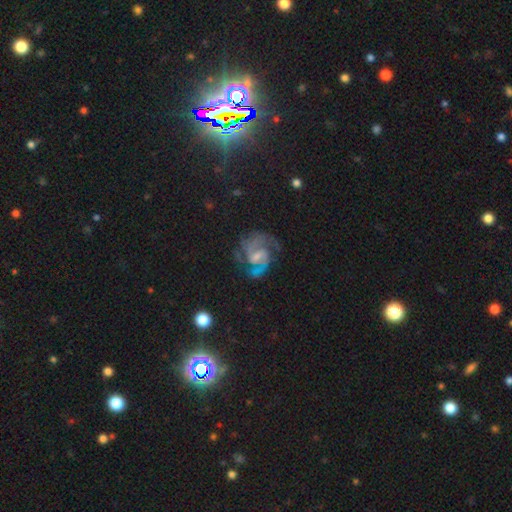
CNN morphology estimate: Smooth or featured? Predicted: featured or disk (p=0.85). Edge-on disk? Predicted: no (p=0.98). Bar? Predicted: weak (p=0.56). Spiral arms? Predicted: yes (p=0.96). Spiral winding? Predicted: medium (p=0.55). Spiral arm count? Predicted: 2 (p=0.69). Bulge size? Predicted: small (p=0.52). Merging? Predicted: none (p=0.64).